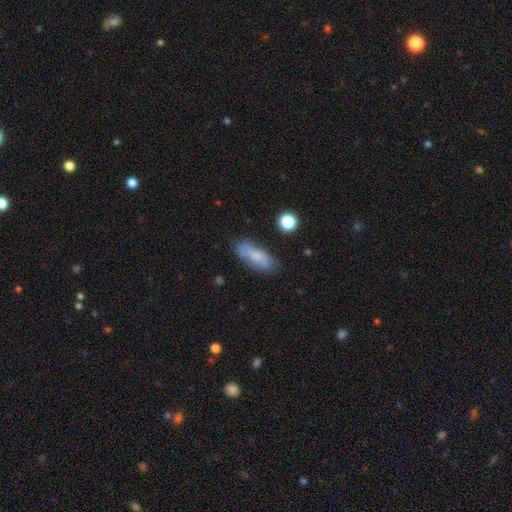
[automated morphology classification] This appears to be a smooth galaxy with no disk features (69%) that is in between round and cigar-shaped (66%). Merging: none (74%).